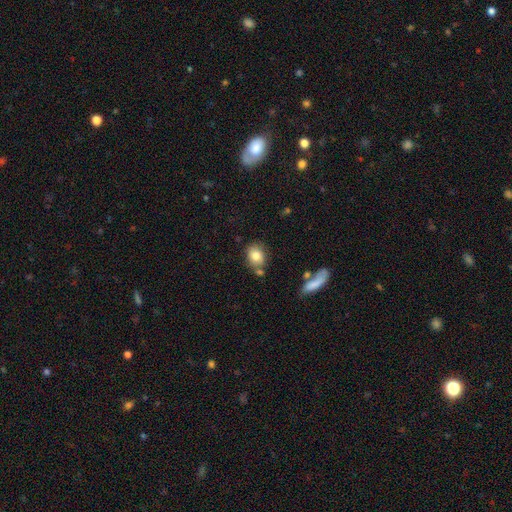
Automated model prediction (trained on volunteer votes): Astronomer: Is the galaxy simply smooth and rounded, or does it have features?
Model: smooth — 81%.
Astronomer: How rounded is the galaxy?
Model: in between — 50% (runner-up: round, 48%).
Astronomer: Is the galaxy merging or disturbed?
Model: none — 68%.